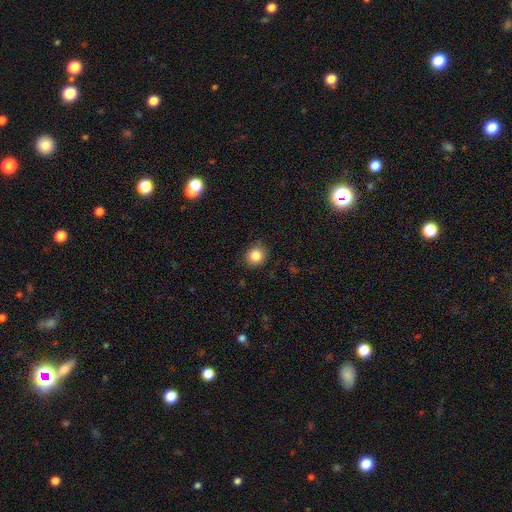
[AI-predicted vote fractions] Smooth or featured?
  - smooth: 84% *
  - star or artifact: 11%
  - featured or disk: 5%
How rounded?
  - round: 83% *
  - in between: 16%
  - cigar-shaped: 1%
Merging?
  - none: 87% *
  - minor disturbance: 10%
  - major disturbance: 2%
  - merger: 1%